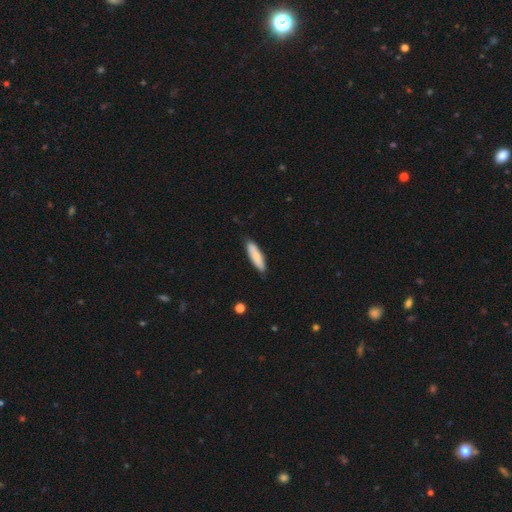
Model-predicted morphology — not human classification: type=smooth (83%); roundness=cigar-shaped (67%); merging=none (84%).